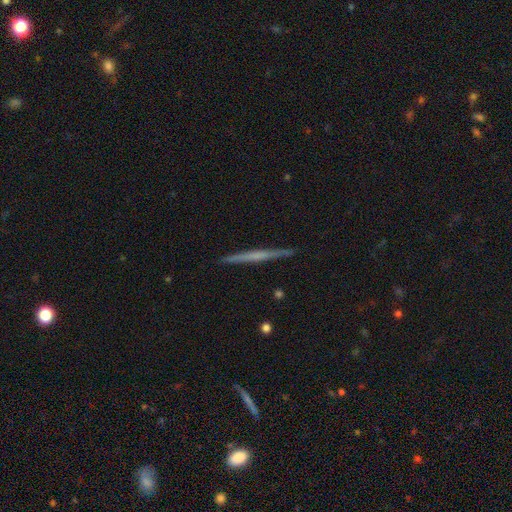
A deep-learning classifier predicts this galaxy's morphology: Smooth or featured? Predicted: featured or disk (p=0.61). Edge-on disk? Predicted: yes (p=0.98). Edge-on bulge? Predicted: none (p=0.72). Merging? Predicted: none (p=0.92).